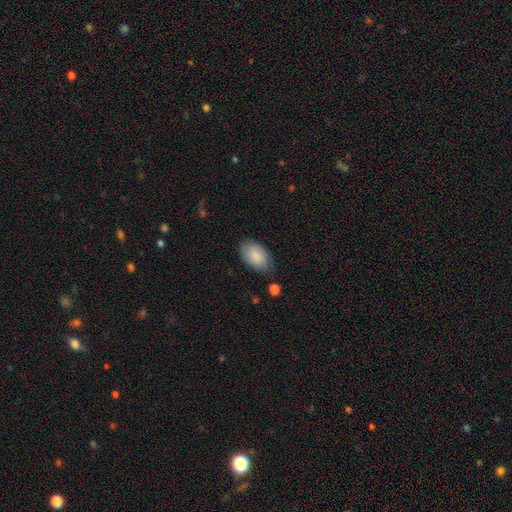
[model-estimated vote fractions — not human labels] A smooth galaxy with no disk features (84%) that is in between round and cigar-shaped (94%). Merging: none (75%).